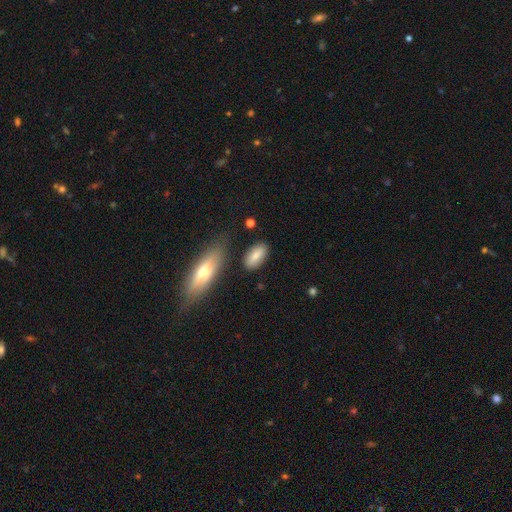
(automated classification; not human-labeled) A smooth galaxy with no disk features (79%) that is in between round and cigar-shaped (88%).

Vote fractions:
- Smooth or featured? smooth: 79% / featured or disk: 14% / star or artifact: 7%
- How rounded? in between: 88% / cigar-shaped: 8% / round: 4%
- Merging? none: 79% / minor disturbance: 13% / merger: 5% / major disturbance: 3%